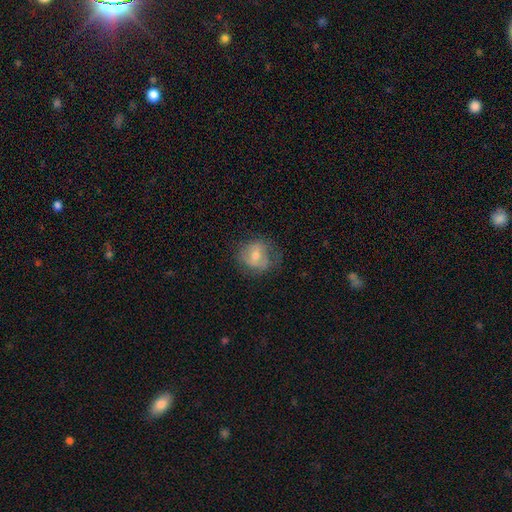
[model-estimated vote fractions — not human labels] smooth_or_featured: smooth (p=0.59) [alt: featured or disk p=0.33]
how_rounded: round (p=0.72) [alt: in between p=0.26]
merging: none (p=0.62) [alt: minor disturbance p=0.24]